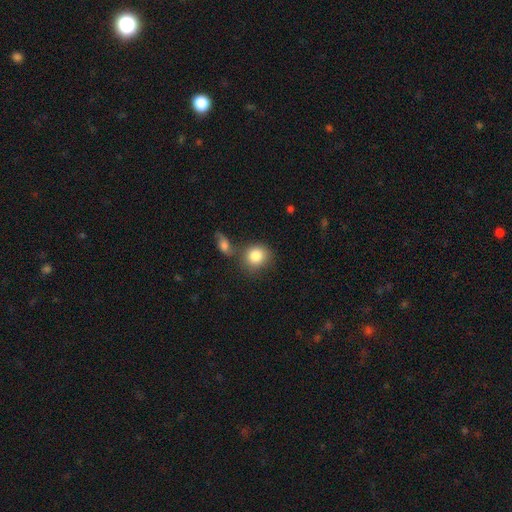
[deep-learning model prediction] The model was most divided on "merging": none: 62%, merger: 21%, minor disturbance: 13%, major disturbance: 5%. More confident: smooth or featured — smooth (84%); how rounded — round (81%).